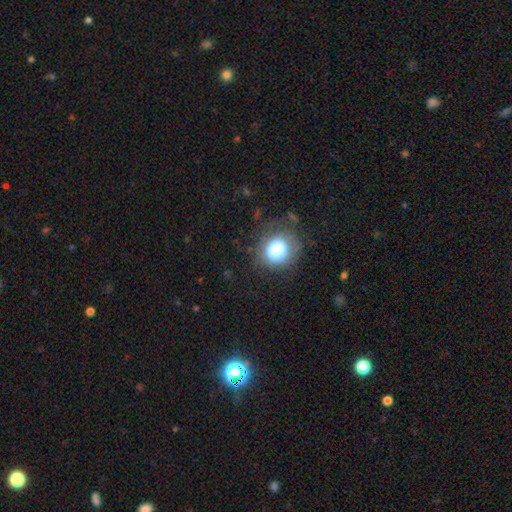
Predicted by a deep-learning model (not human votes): A smooth galaxy with no disk features (55%) that is round (91%).

Vote fractions:
- Smooth or featured? smooth: 55% / star or artifact: 38% / featured or disk: 7%
- How rounded? round: 91% / in between: 8% / cigar-shaped: 1%
- Merging? none: 89% / minor disturbance: 7% / major disturbance: 3% / merger: 2%